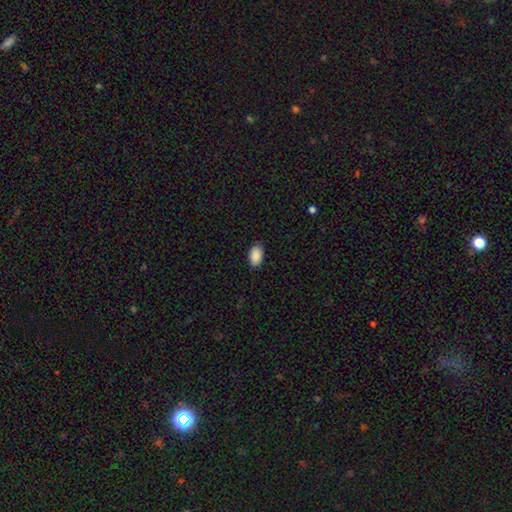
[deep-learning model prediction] This appears to be a smooth galaxy with no disk features (90%) that is in between round and cigar-shaped (94%). Merging: none (87%).